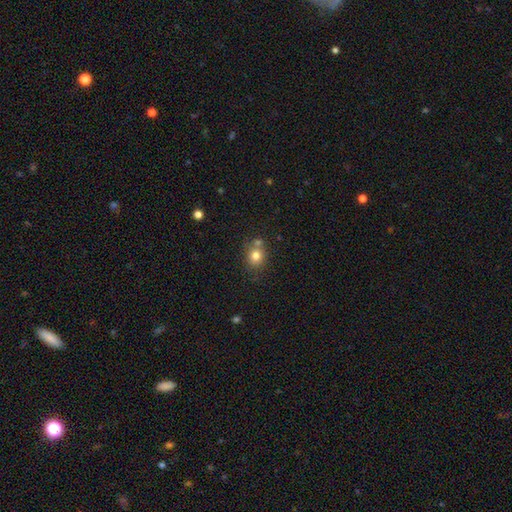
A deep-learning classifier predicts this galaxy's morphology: Smooth or featured?
  - smooth: 78% *
  - star or artifact: 12%
  - featured or disk: 10%
How rounded?
  - round: 75% *
  - in between: 25%
  - cigar-shaped: 1%
Merging?
  - none: 64% *
  - merger: 21%
  - minor disturbance: 11%
  - major disturbance: 3%